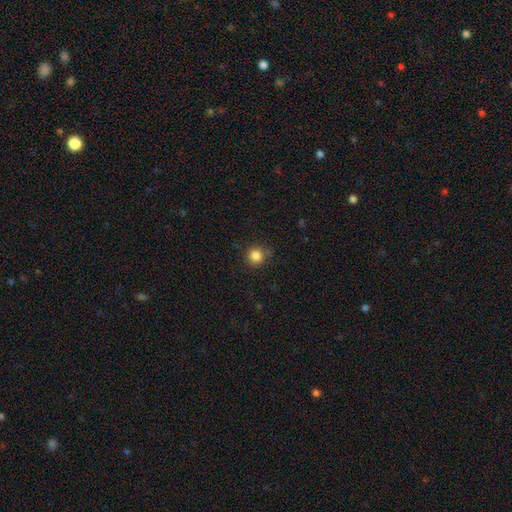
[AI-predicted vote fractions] Overall: smooth (85%). How rounded: round (94%). Merging: none (84%).